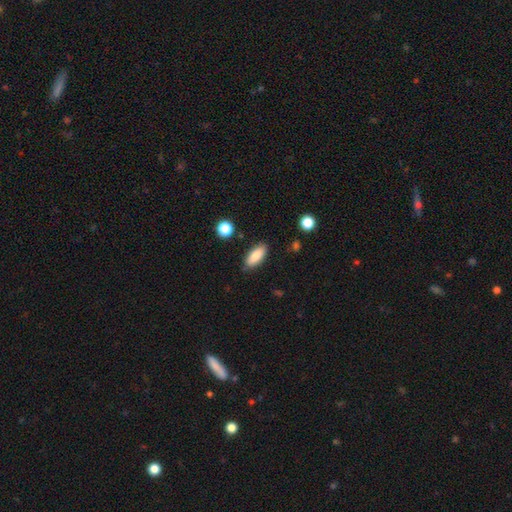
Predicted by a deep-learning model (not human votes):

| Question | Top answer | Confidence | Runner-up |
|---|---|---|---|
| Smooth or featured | smooth | 84% | featured or disk (9%) |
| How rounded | in between | 78% | cigar-shaped (20%) |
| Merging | none | 84% | minor disturbance (11%) |